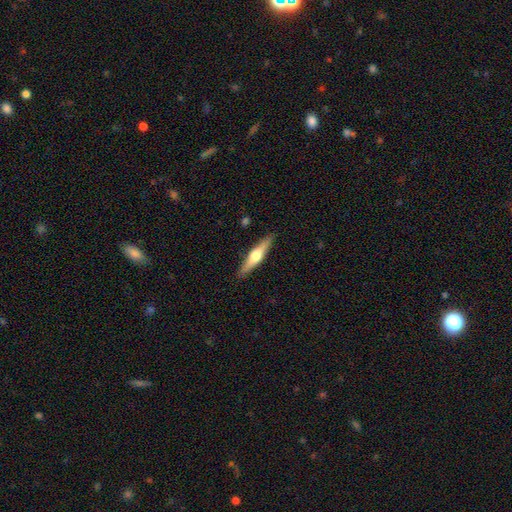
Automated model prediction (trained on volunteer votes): A featured or disk galaxy (58%) viewed edge-on (96%) with a rounded central bulge (93%).

Vote fractions:
- Smooth or featured? featured or disk: 58% / smooth: 37% / star or artifact: 5%
- Edge-on disk? yes: 96% / no: 4%
- Edge-on bulge? rounded: 93% / boxy: 4% / none: 3%
- Merging? none: 90% / minor disturbance: 7% / major disturbance: 2% / merger: 1%